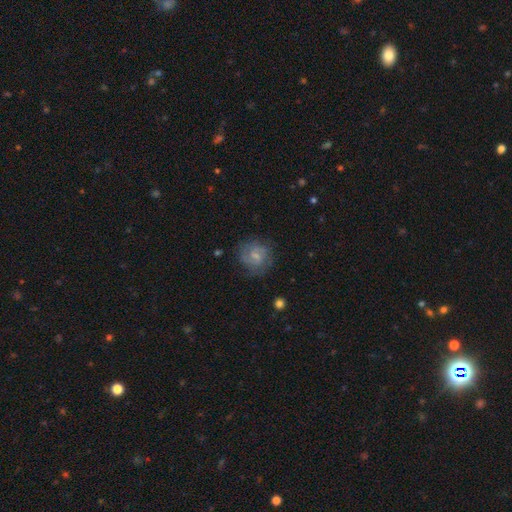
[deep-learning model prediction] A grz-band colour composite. It shows a featured or disk galaxy (53%) with a weak bar (54%), spiral arms (82%) and a small central bulge (55%). Merging: none (72%).